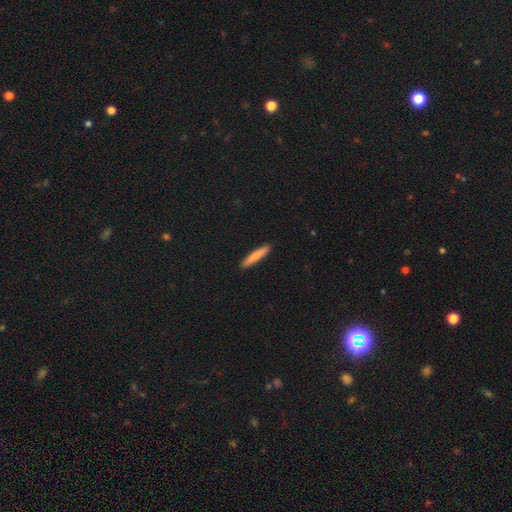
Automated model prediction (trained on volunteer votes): smooth 80%, featured or disk 14%, star or artifact 5%. Down the decision tree: how rounded — cigar-shaped (92%); merging — none (92%).